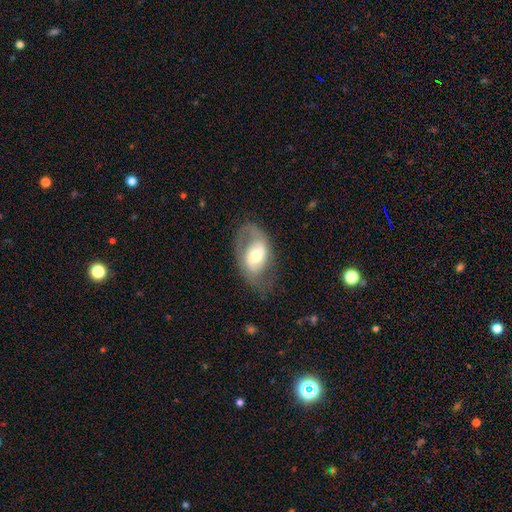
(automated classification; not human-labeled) The model was most divided on "bar": no: 42%, weak: 37%, strong: 21%. More confident: edge-on disk — no (94%); spiral arms — yes (71%); smooth or featured — featured or disk (65%); merging — none (62%); bulge size — moderate (60%).